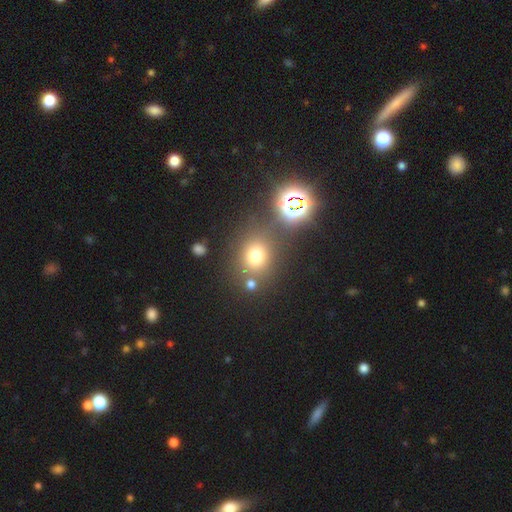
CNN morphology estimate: Q: Smooth or featured?
A: smooth (67%); runner-up: star or artifact (24%)
Q: How rounded?
A: round (72%); runner-up: in between (27%)
Q: Merging?
A: none (70%); runner-up: merger (13%)